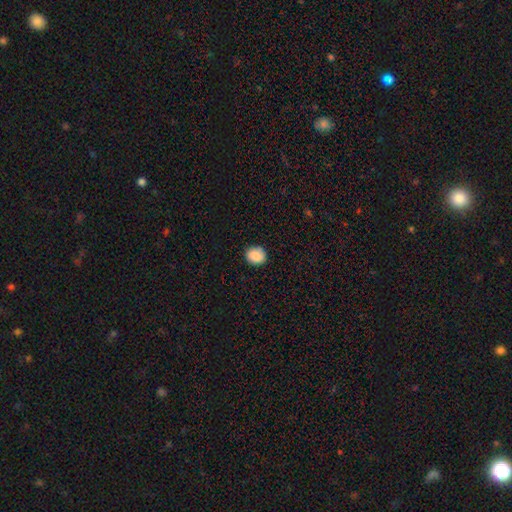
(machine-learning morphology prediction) A smooth galaxy with no disk features (87%) that is round (81%). Merging: none (87%).